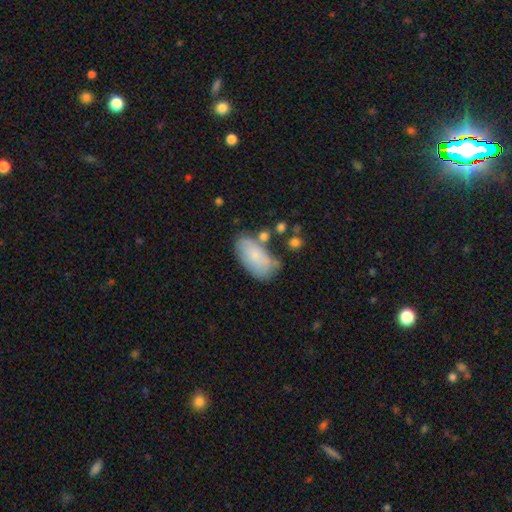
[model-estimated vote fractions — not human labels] smooth-or-featured: smooth: 76% | featured or disk: 17% | star or artifact: 7%
  how-rounded: in between: 93% | cigar-shaped: 4% | round: 3%
  merging: none: 55% | minor disturbance: 26% | merger: 11% | major disturbance: 8%